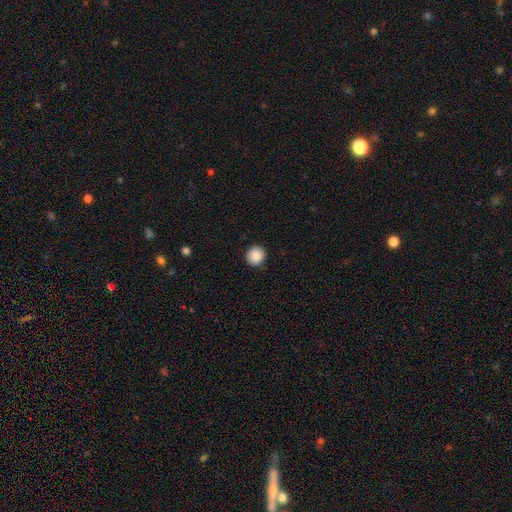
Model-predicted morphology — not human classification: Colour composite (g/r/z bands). It shows a smooth galaxy with no disk features (89%) that is round (94%). Merging: none (91%).